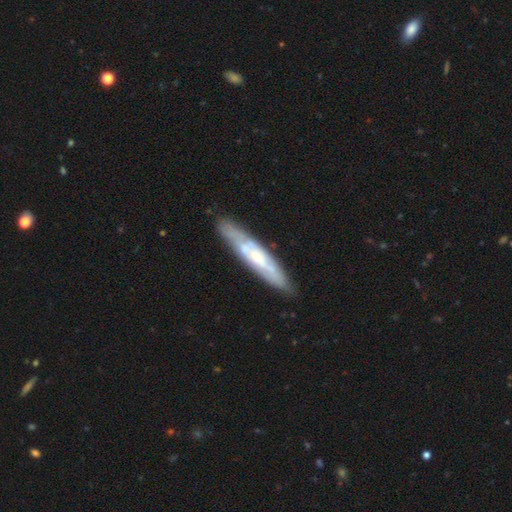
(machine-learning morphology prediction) Overall: featured or disk (60%; smooth 33%). Edge-on disk: yes (61%; no 39%). Merging: none (81%).